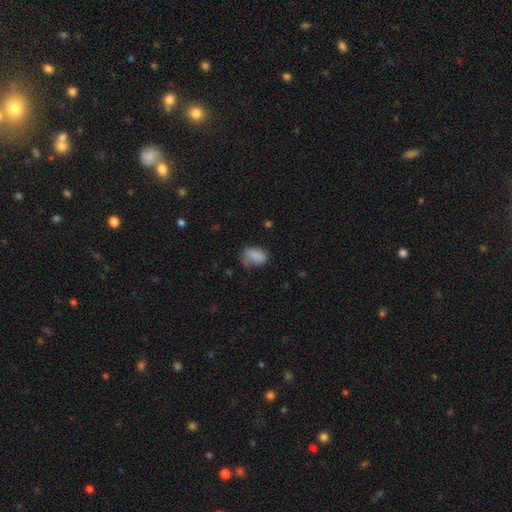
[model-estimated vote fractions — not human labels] This appears to be a smooth galaxy with no disk features (80%) that is in between round and cigar-shaped (86%). Merging: none (44%).